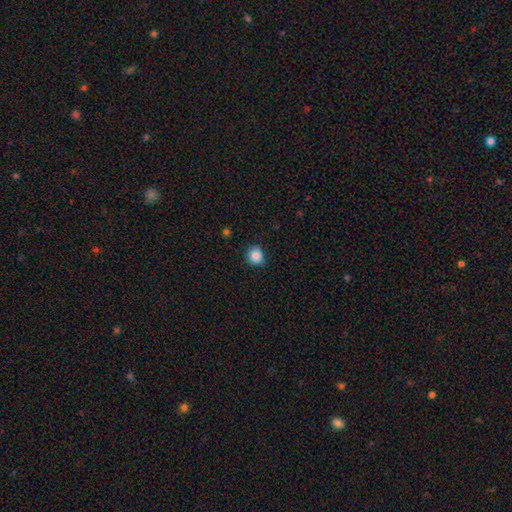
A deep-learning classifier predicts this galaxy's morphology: A smooth galaxy with no disk features (86%) that is round (88%).

Vote fractions:
- Smooth or featured? smooth: 86% / star or artifact: 10% / featured or disk: 4%
- How rounded? round: 88% / in between: 11% / cigar-shaped: 1%
- Merging? none: 85% / minor disturbance: 12% / major disturbance: 2% / merger: 1%